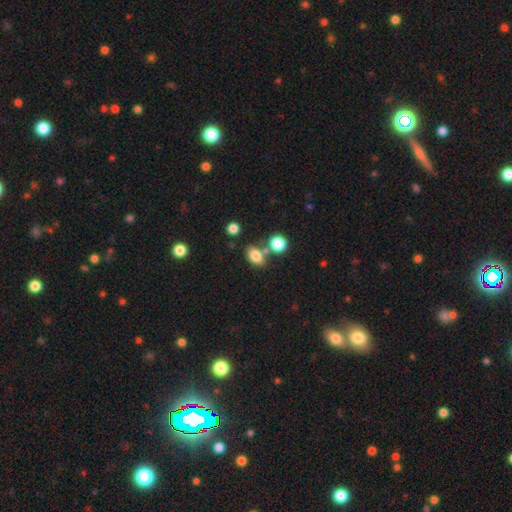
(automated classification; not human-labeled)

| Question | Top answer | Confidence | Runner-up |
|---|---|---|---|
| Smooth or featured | smooth | 81% | star or artifact (11%) |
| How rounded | in between | 76% | round (22%) |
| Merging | none | 64% | merger (19%) |